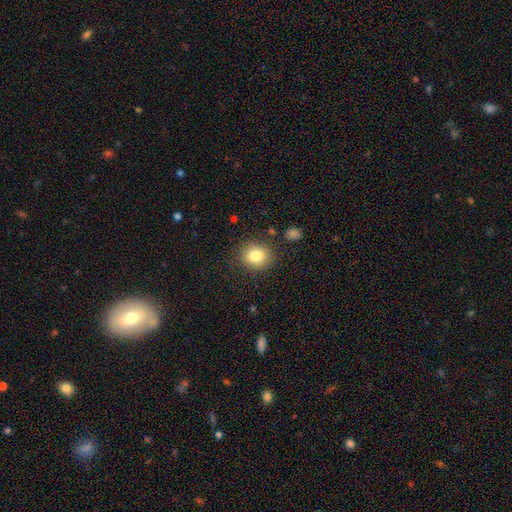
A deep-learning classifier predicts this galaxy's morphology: Smooth or featured: smooth — 83% (star or artifact — 10%)
How rounded: round — 72% (in between — 27%)
Merging: none — 84% (minor disturbance — 10%)